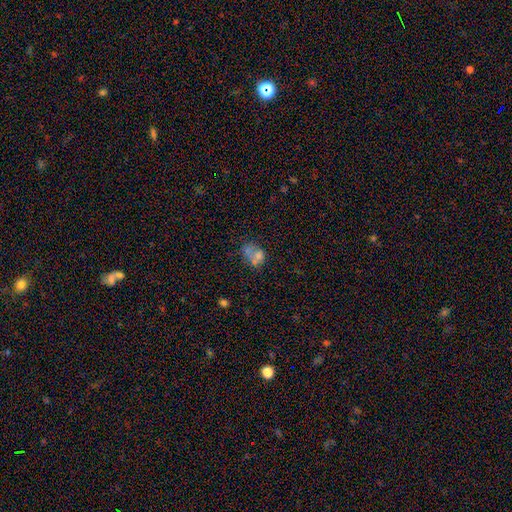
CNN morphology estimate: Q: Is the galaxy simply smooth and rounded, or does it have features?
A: smooth — 59%.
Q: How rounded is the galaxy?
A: in between — 57%.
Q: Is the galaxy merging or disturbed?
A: merger — 39%.